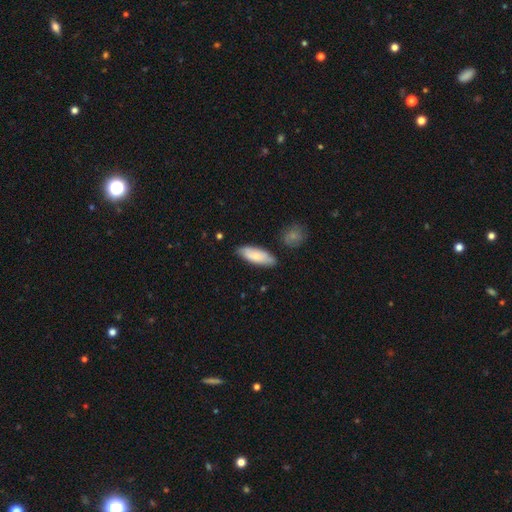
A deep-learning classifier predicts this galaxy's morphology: Overall: smooth (80%). How rounded: in between (68%; cigar-shaped 30%). Merging: none (80%).